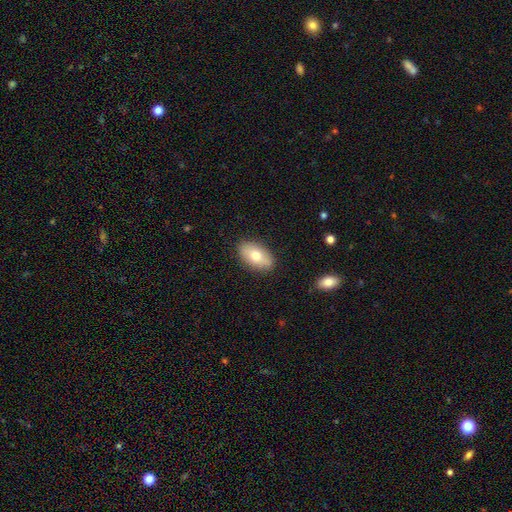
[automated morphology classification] Smooth or featured: smooth — 73% (featured or disk — 20%)
How rounded: in between — 92% (round — 5%)
Merging: none — 87% (minor disturbance — 10%)